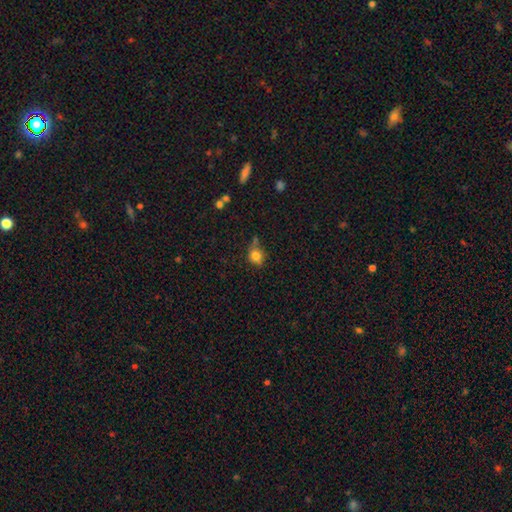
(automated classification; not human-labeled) This is likely a smooth galaxy (79%). How rounded: likely round (72%). Merging: possibly none (56%).